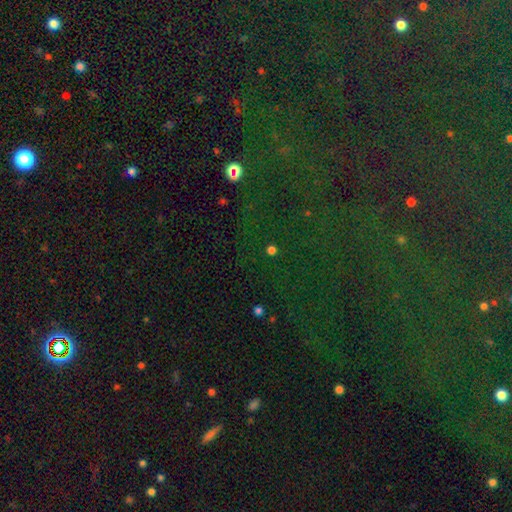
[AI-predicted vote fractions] Smooth or featured?
  - star or artifact: 80% *
  - smooth: 12%
  - featured or disk: 8%